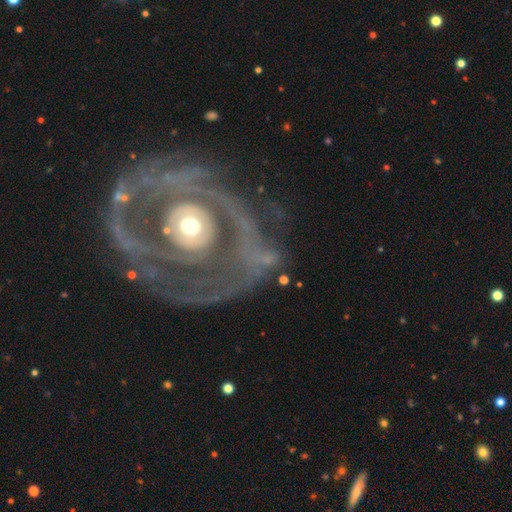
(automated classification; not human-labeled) Smooth or featured? Predicted: featured or disk (p=0.86). Edge-on disk? Predicted: no (p=0.97). Bar? Predicted: no (p=0.75). Spiral arms? Predicted: yes (p=0.79). Spiral winding? Predicted: tight (p=0.64). Spiral arm count? Predicted: 2 (p=0.30). Bulge size? Predicted: moderate (p=0.65). Merging? Predicted: none (p=0.61).